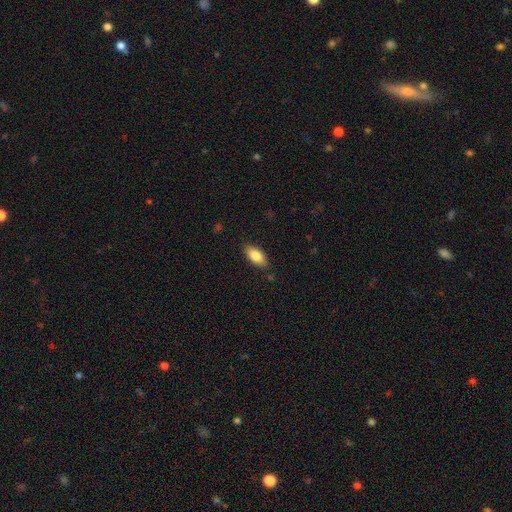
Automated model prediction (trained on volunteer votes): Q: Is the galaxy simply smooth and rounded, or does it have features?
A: smooth — 81%.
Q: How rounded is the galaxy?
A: in between — 88%.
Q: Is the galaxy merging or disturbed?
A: none — 85%.